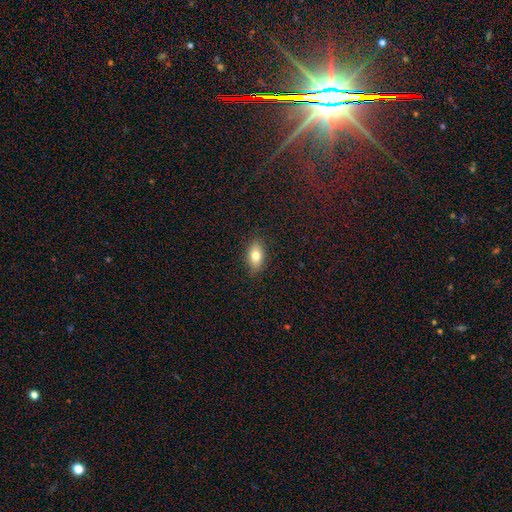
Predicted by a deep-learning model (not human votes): This appears to be a smooth galaxy with no disk features (77%) that is in between round and cigar-shaped (88%). Merging: none (87%).